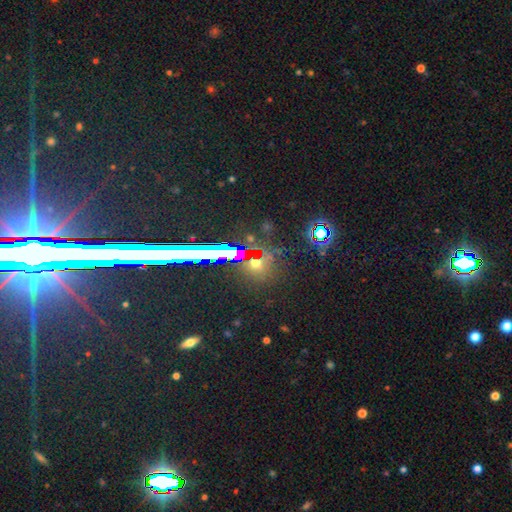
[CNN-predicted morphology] smooth_or_featured: star or artifact (p=0.71) [alt: smooth p=0.18]